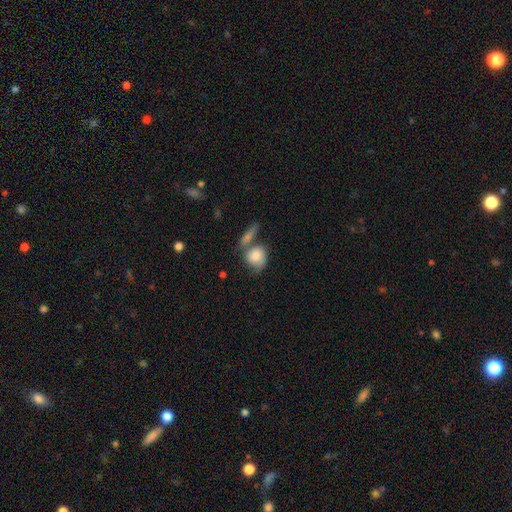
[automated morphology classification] type=smooth (65%); roundness=round (65%); merging=merger (40%).